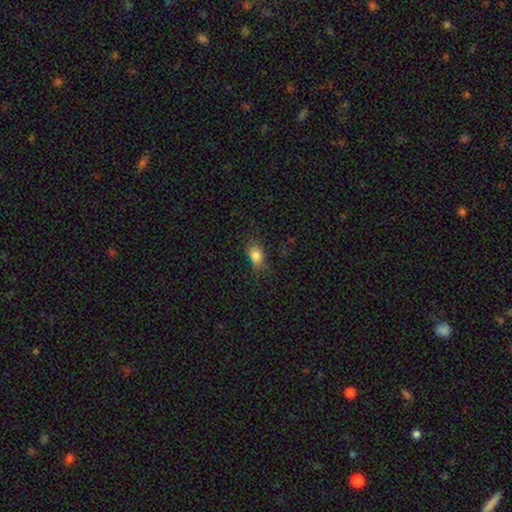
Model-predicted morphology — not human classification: Overall: smooth (81%). How rounded: in between (78%). Merging: none (66%).